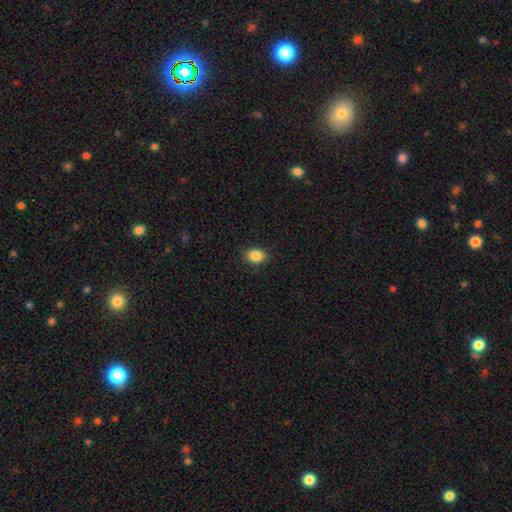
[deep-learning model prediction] smooth_or_featured: smooth (p=0.86) [alt: star or artifact p=0.09]
how_rounded: in between (p=0.67) [alt: round p=0.32]
merging: none (p=0.86) [alt: minor disturbance p=0.10]